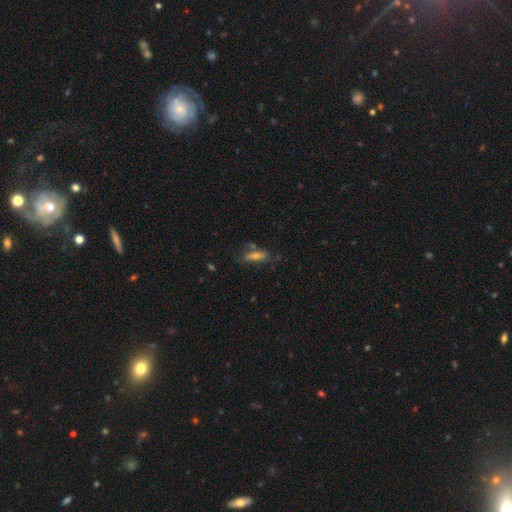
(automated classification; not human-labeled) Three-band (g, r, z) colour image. It shows a smooth galaxy with no disk features (69%) that is in between round and cigar-shaped (61%). Merging: none (58%).